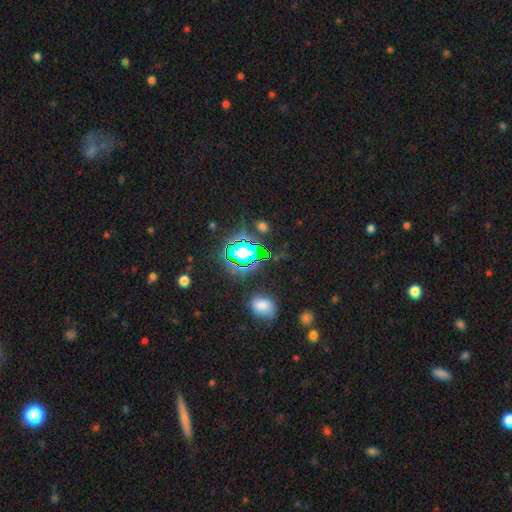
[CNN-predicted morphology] star or artifact 73%, smooth 19%, featured or disk 8%.